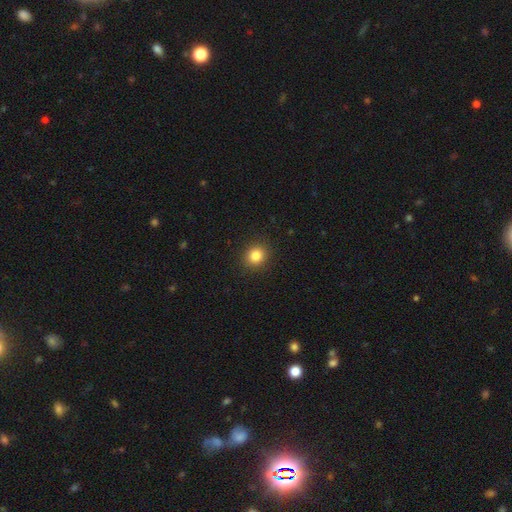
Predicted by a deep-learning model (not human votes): smooth-or-featured: smooth: 84% | star or artifact: 11% | featured or disk: 5%
  how-rounded: round: 80% | in between: 19% | cigar-shaped: 1%
  merging: none: 91% | minor disturbance: 6% | major disturbance: 2% | merger: 1%